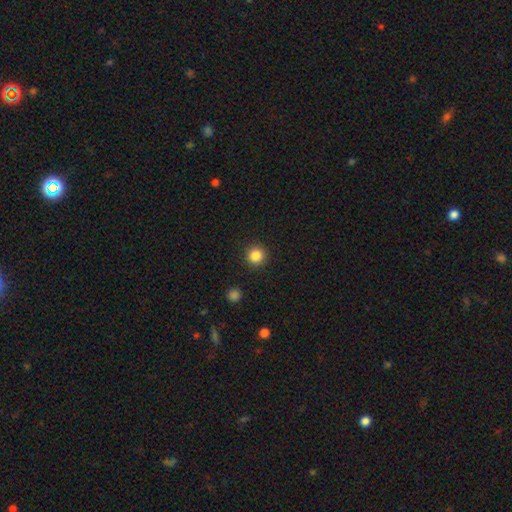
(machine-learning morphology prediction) A smooth galaxy with no disk features (85%) that is round (95%).

Vote fractions:
- Smooth or featured? smooth: 85% / star or artifact: 11% / featured or disk: 4%
- How rounded? round: 95% / in between: 4% / cigar-shaped: 1%
- Merging? none: 92% / minor disturbance: 5% / major disturbance: 2% / merger: 1%